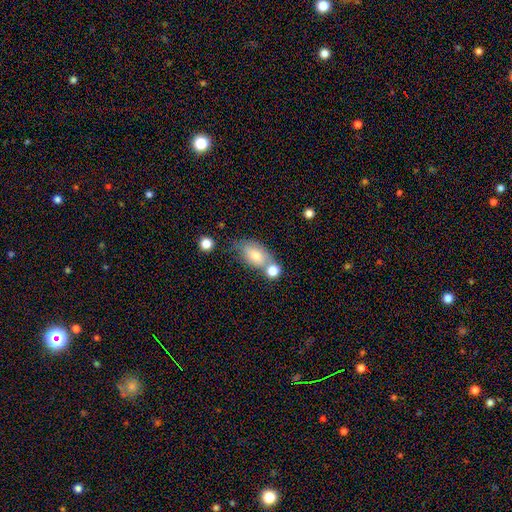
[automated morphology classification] smooth 74%, featured or disk 18%, star or artifact 9%. Down the decision tree: how rounded — in between (86%); merging — none (46%).